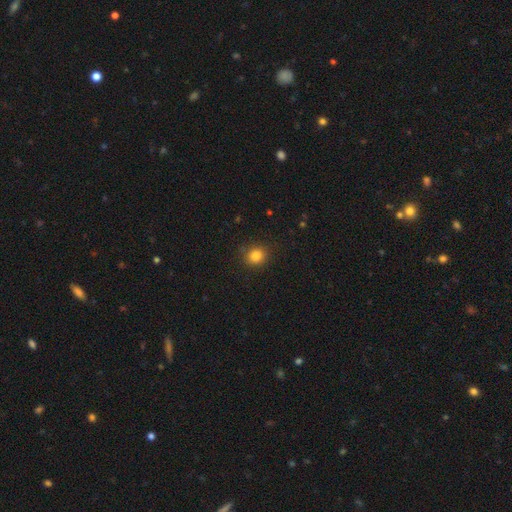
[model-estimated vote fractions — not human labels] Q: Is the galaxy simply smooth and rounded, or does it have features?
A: smooth — 83%.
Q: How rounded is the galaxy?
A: round — 78%.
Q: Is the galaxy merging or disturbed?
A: none — 87%.